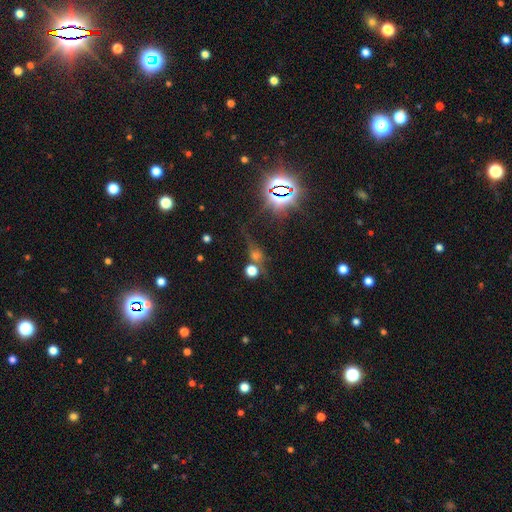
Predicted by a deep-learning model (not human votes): Overall: star or artifact (57%; smooth 28%).